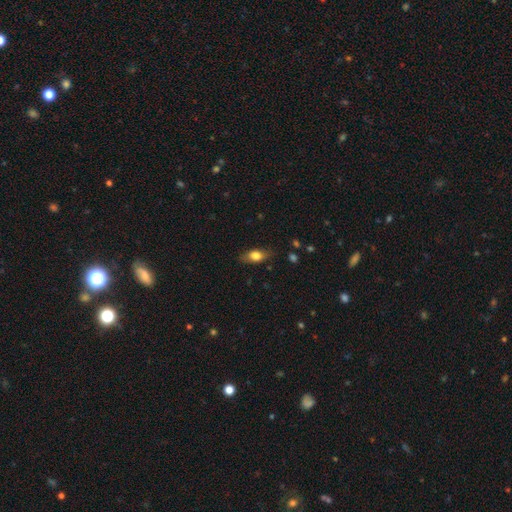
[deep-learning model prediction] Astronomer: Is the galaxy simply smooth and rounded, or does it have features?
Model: smooth — 75%.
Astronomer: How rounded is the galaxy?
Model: in between — 80%.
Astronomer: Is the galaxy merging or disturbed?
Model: none — 79%.